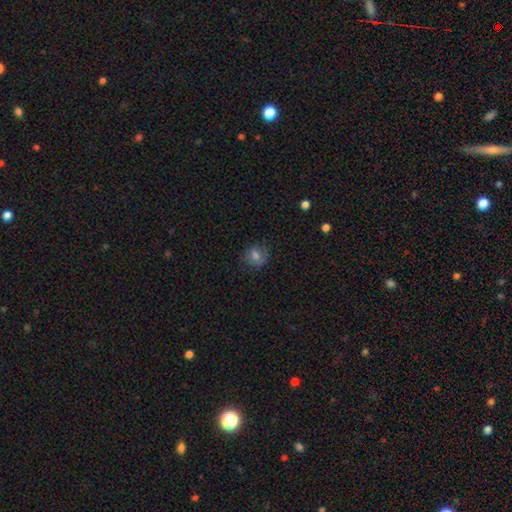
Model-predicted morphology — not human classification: This is likely a smooth galaxy (72%). How rounded: likely round (72%). Merging: likely none (77%).